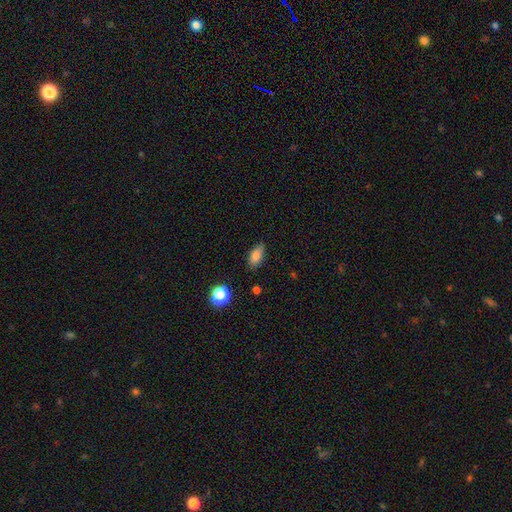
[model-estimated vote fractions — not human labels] Smooth or featured? Predicted: smooth (p=0.81). How rounded? Predicted: in between (p=0.86). Merging? Predicted: none (p=0.81).